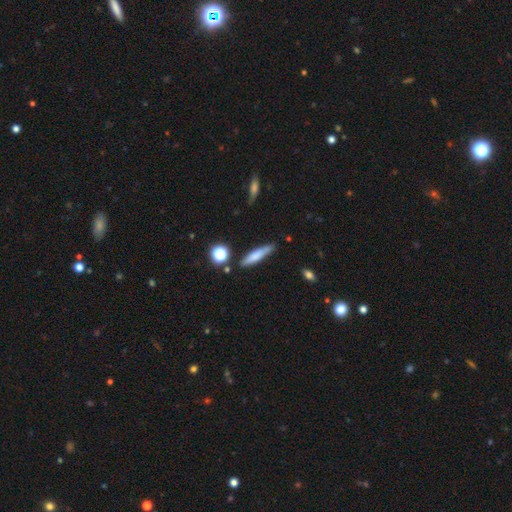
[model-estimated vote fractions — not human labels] A smooth galaxy with no disk features (69%) that is cigar-shaped (83%). Merging: none (76%).